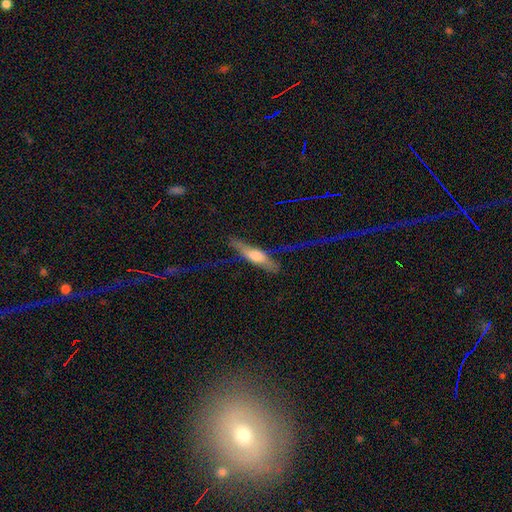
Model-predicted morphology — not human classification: Smooth or featured?
  - featured or disk: 53% *
  - smooth: 41%
  - star or artifact: 7%
Edge-on disk?
  - yes: 80% *
  - no: 20%
Merging?
  - none: 47% *
  - major disturbance: 28%
  - minor disturbance: 21%
  - merger: 4%